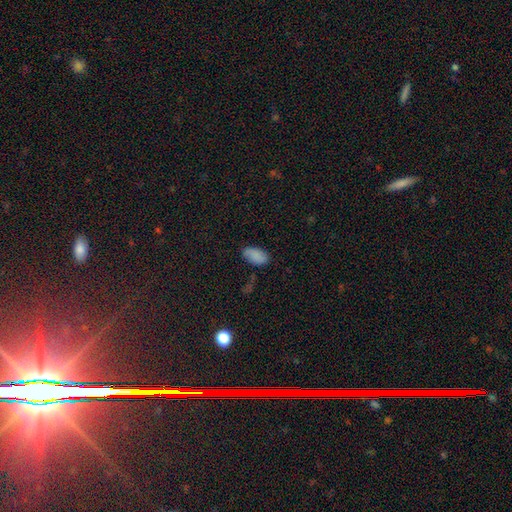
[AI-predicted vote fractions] A smooth galaxy with no disk features (81%) that is in between round and cigar-shaped (94%).

Vote fractions:
- Smooth or featured? smooth: 81% / star or artifact: 10% / featured or disk: 9%
- How rounded? in between: 94% / round: 4% / cigar-shaped: 2%
- Merging? none: 72% / minor disturbance: 20% / major disturbance: 5% / merger: 3%